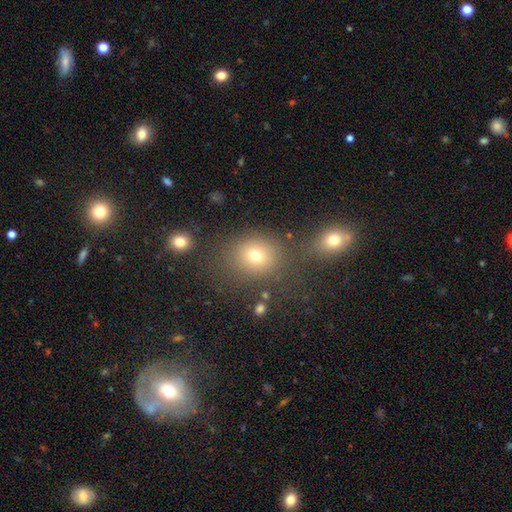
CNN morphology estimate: Smooth or featured? smooth (72%)
How rounded? round (68%)
Merging? none (68%)